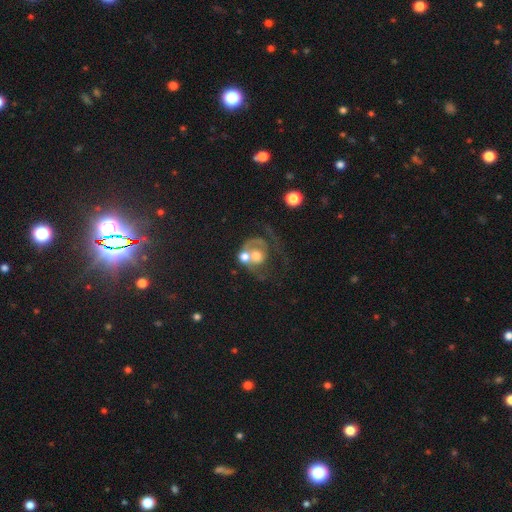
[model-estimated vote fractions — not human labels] smooth_or_featured: featured or disk (p=0.59) [alt: smooth p=0.33]
disk_edge_on: no (p=0.97) [alt: yes p=0.03]
bar: no (p=0.84) [alt: weak p=0.13]
has_spiral_arms: yes (p=0.56) [alt: no p=0.44]
bulge_size: moderate (p=0.53) [alt: large p=0.24]
merging: merger (p=0.50) [alt: major disturbance p=0.24]